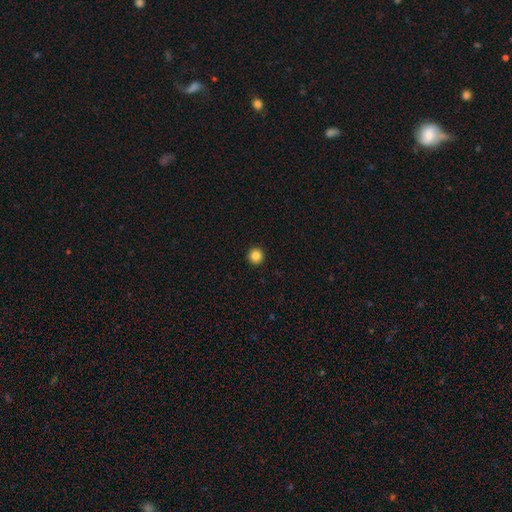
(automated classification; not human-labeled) This is clearly a smooth galaxy (84%). How rounded: clearly round (96%). Merging: clearly none (94%).